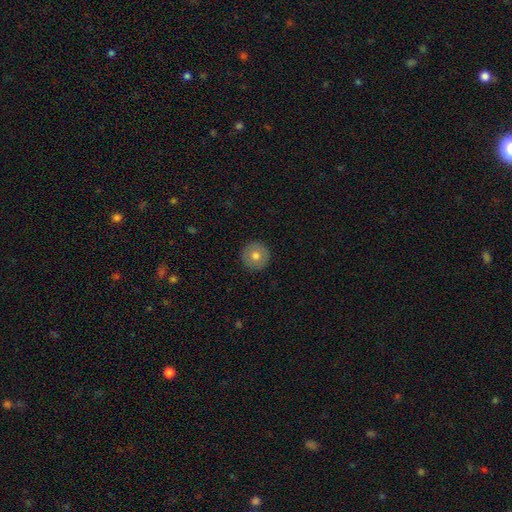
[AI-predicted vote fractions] Morphology: type=smooth (72%); roundness=round (96%); merging=none (92%).